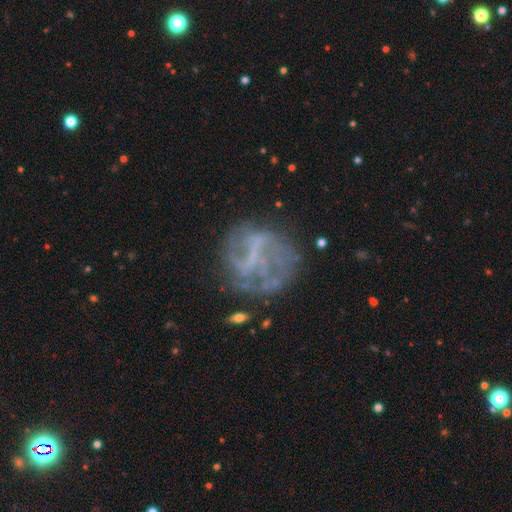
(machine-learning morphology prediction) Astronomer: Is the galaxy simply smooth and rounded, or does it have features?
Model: featured or disk — 73%.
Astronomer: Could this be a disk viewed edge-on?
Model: no — 98%.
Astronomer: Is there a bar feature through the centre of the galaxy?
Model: no — 37% (runner-up: weak, 36%).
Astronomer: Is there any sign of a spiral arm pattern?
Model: yes — 62% (runner-up: no, 38%).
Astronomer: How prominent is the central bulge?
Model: none — 70%.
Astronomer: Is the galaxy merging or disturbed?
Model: none — 59%.